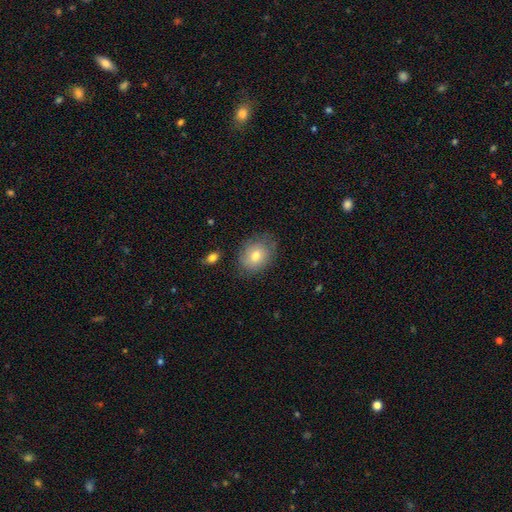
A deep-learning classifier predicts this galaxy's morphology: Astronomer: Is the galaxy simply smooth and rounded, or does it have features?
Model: smooth — 76%.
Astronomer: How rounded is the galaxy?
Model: in between — 51% (runner-up: round, 48%).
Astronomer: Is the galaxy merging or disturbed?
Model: none — 73%.